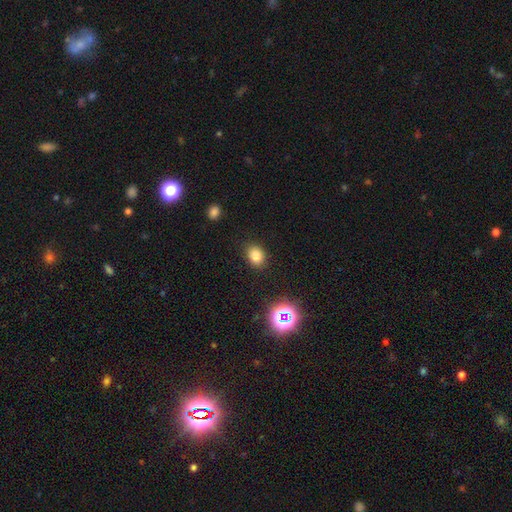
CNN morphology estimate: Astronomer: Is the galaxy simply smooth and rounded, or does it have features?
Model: smooth — 80%.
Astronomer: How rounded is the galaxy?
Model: in between — 59% (runner-up: round, 40%).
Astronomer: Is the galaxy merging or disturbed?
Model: none — 87%.